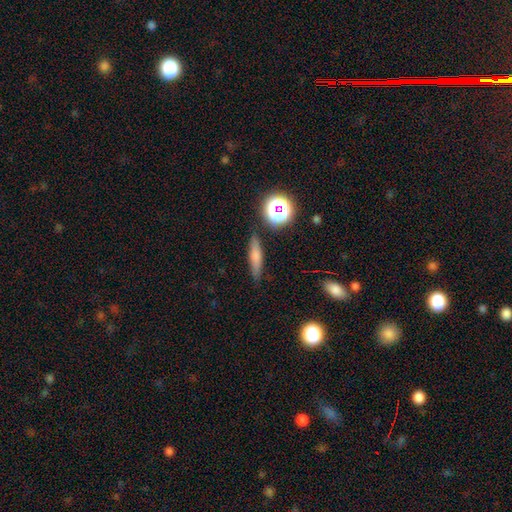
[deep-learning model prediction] A smooth galaxy with no disk features (49%).

Vote fractions:
- Smooth or featured? smooth: 49% / featured or disk: 35% / star or artifact: 16%
- Merging? none: 87% / minor disturbance: 9% / major disturbance: 2% / merger: 2%